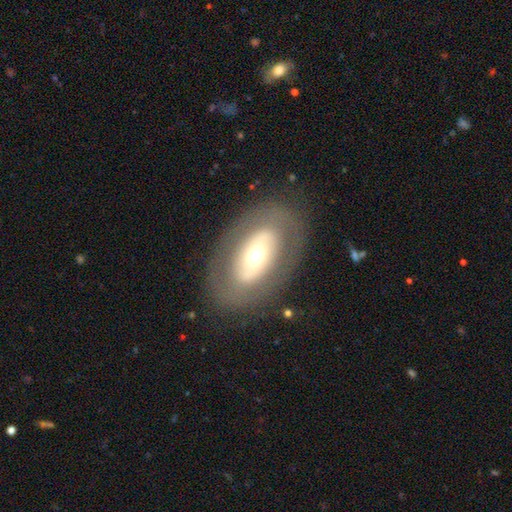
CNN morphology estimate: Q: Smooth or featured?
A: featured or disk (57%); runner-up: smooth (36%)
Q: Edge-on disk?
A: no (90%); runner-up: yes (10%)
Q: Bar?
A: no (65%); runner-up: weak (18%)
Q: Spiral arms?
A: no (80%); runner-up: yes (20%)
Q: Bulge size?
A: moderate (52%); runner-up: small (35%)
Q: Merging?
A: none (80%); runner-up: minor disturbance (11%)